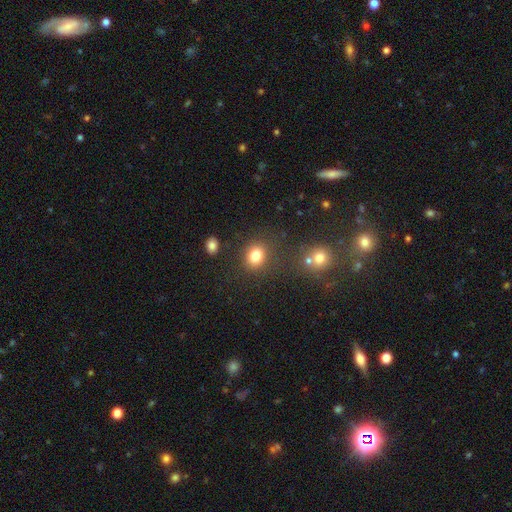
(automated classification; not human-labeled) Smooth or featured? Predicted: smooth (p=0.82). How rounded? Predicted: round (p=0.62). Merging? Predicted: none (p=0.80).